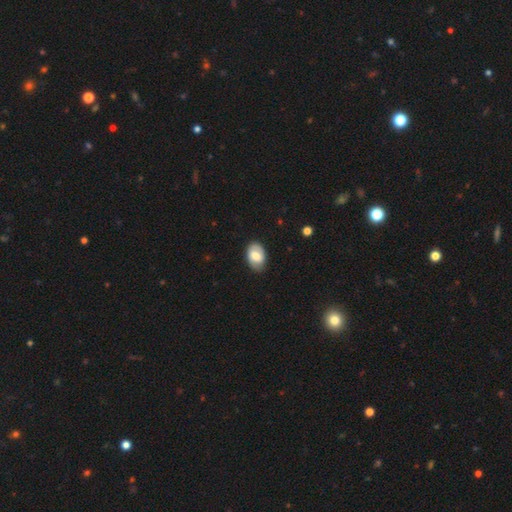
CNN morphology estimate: The model was most divided on "smooth or featured": smooth: 56%, featured or disk: 37%, star or artifact: 6%. More confident: how rounded — in between (88%); merging — none (76%).